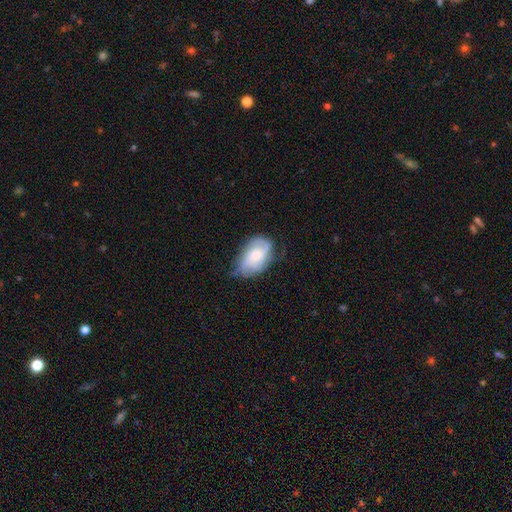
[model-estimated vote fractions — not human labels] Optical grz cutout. It shows a featured or disk galaxy (56%) with no bar (69%), spiral arms (86%) and a moderate central bulge (43%). Merging: none (56%).